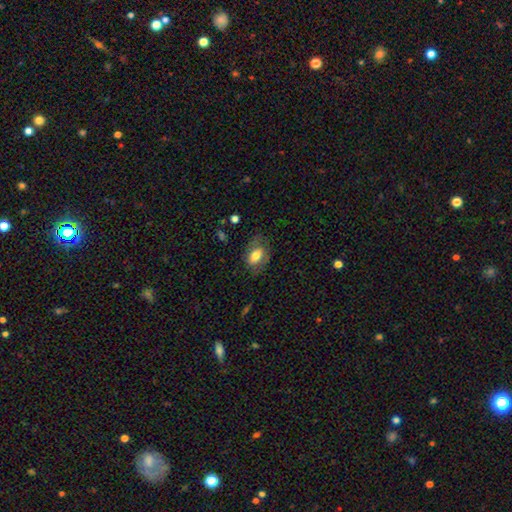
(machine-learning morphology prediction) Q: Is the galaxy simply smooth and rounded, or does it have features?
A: smooth — 67%.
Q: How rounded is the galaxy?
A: in between — 86%.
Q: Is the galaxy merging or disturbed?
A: none — 66%.